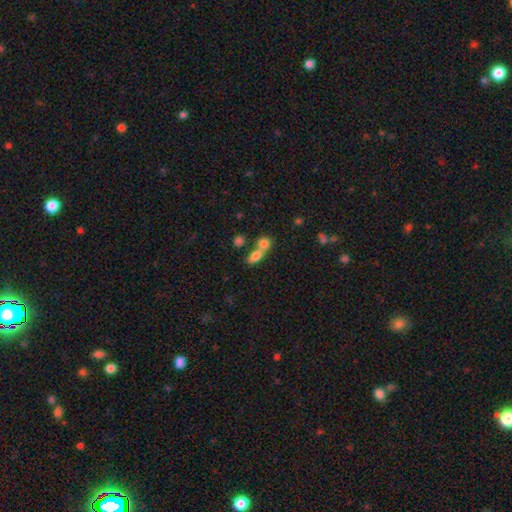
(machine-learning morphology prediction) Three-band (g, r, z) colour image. It shows a smooth galaxy with no disk features (77%) that is in between round and cigar-shaped (68%). Merging: merger (62%).